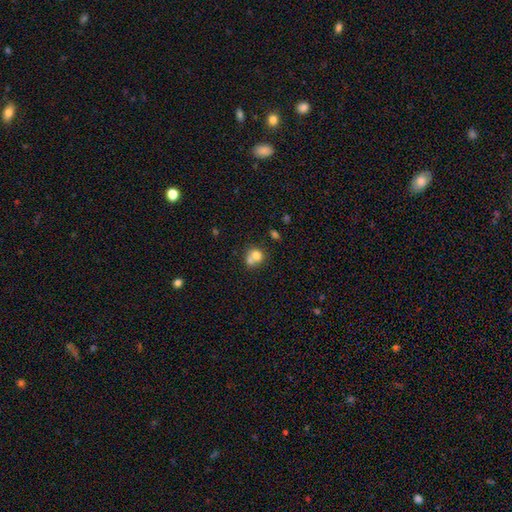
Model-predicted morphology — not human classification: The model was most divided on "merging": merger: 55%, none: 32%, minor disturbance: 9%, major disturbance: 4%. More confident: how rounded — round (73%); smooth or featured — smooth (72%).